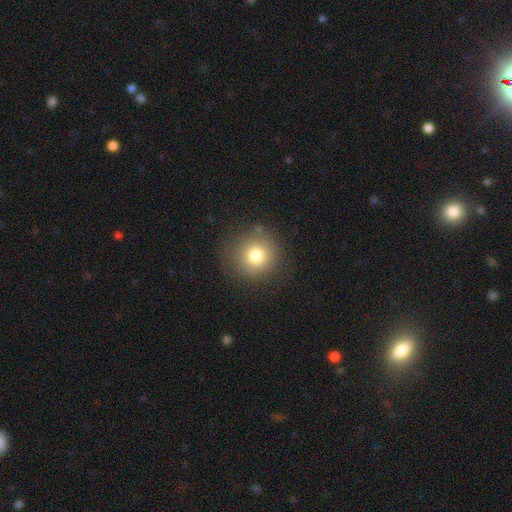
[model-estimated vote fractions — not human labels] Smooth or featured: smooth — 78% (star or artifact — 12%)
How rounded: round — 93% (in between — 6%)
Merging: none — 84% (minor disturbance — 10%)